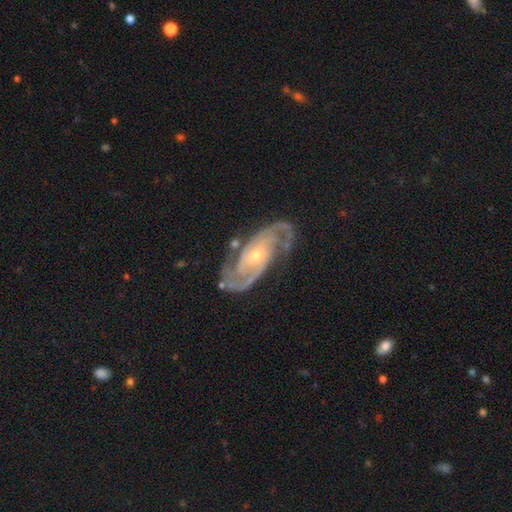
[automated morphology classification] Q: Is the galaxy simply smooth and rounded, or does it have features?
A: featured or disk — 92%.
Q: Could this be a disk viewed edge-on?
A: no — 96%.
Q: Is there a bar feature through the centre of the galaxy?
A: no — 57%.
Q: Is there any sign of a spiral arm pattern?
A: yes — 98%.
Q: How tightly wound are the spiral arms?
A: medium — 48%.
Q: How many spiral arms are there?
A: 2 — 86%.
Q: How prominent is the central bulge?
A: small — 63%.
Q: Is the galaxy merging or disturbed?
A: none — 76%.